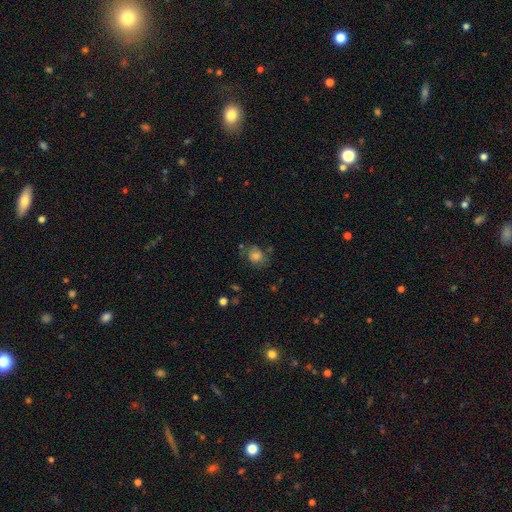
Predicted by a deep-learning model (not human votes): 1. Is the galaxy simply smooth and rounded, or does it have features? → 76% smooth, 14% featured or disk, 10% star or artifact.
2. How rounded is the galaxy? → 61% round, 38% in between, 1% cigar-shaped.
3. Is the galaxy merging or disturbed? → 63% none, 21% minor disturbance, 9% major disturbance, 6% merger.